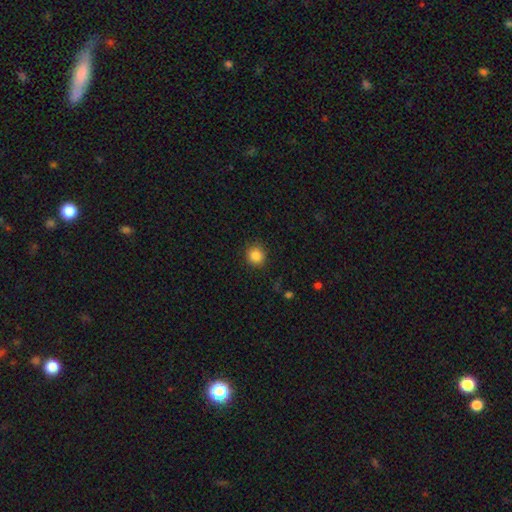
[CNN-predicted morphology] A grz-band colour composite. It shows a smooth galaxy with no disk features (85%) that is round (91%). Merging: none (89%).